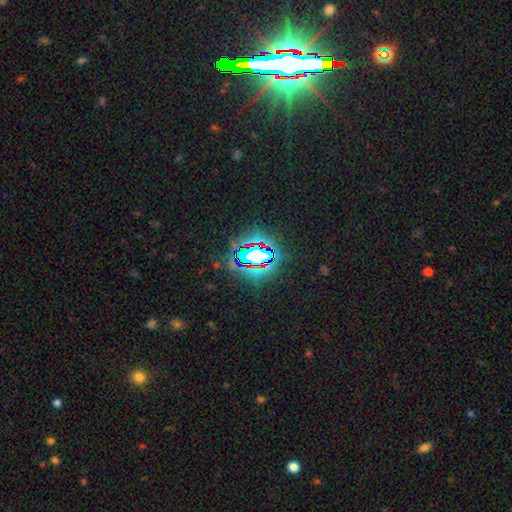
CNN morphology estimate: The model was most divided on "smooth or featured": star or artifact: 73%, smooth: 16%, featured or disk: 11%.